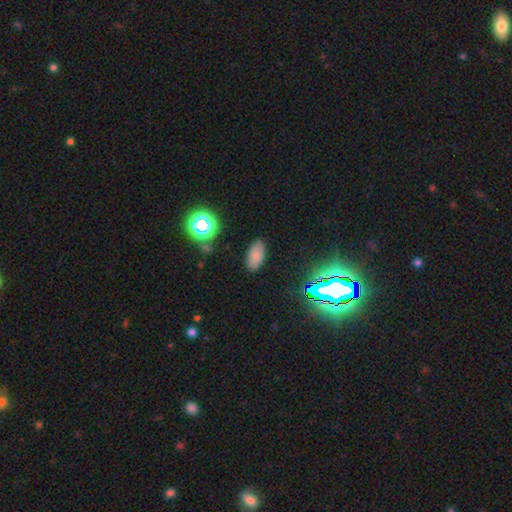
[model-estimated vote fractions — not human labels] A smooth galaxy with no disk features (76%) that is in between round and cigar-shaped (93%).

Vote fractions:
- Smooth or featured? smooth: 76% / star or artifact: 16% / featured or disk: 8%
- How rounded? in between: 93% / cigar-shaped: 4% / round: 3%
- Merging? none: 85% / minor disturbance: 11% / major disturbance: 3% / merger: 1%